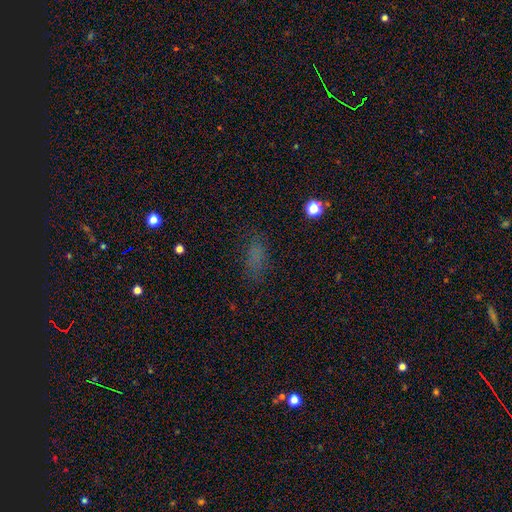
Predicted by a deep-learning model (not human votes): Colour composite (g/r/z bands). It shows a smooth galaxy with no disk features (68%) that is in between round and cigar-shaped (76%). Merging: none (74%).